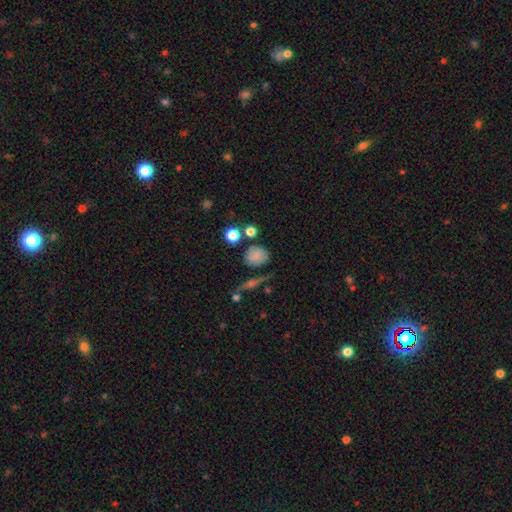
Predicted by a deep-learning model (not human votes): Smooth or featured? Predicted: smooth (p=0.77). How rounded? Predicted: round (p=0.70). Merging? Predicted: none (p=0.65).